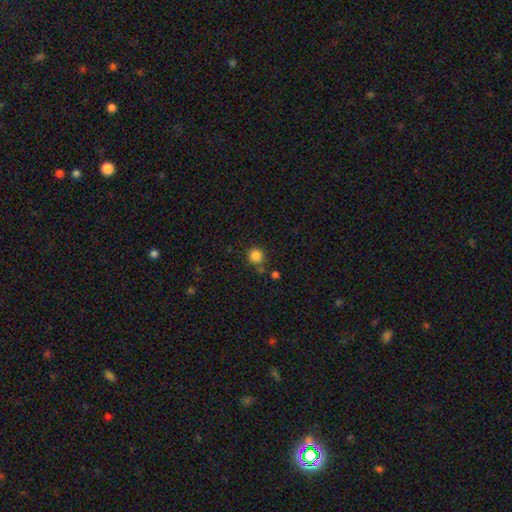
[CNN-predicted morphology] smooth_or_featured: smooth (p=0.85) [alt: star or artifact p=0.12]
how_rounded: round (p=0.93) [alt: in between p=0.06]
merging: none (p=0.78) [alt: minor disturbance p=0.10]